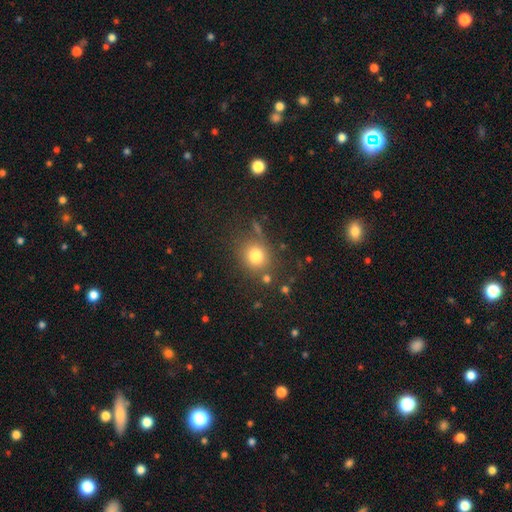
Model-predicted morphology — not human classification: Smooth or featured? smooth (78%)
How rounded? round (80%)
Merging? none (75%)